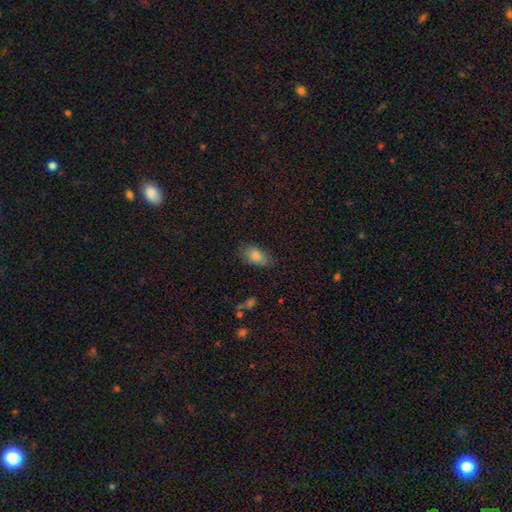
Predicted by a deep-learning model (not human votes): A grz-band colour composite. It shows a smooth galaxy with no disk features (83%) that is in between round and cigar-shaped (90%). Merging: none (72%).